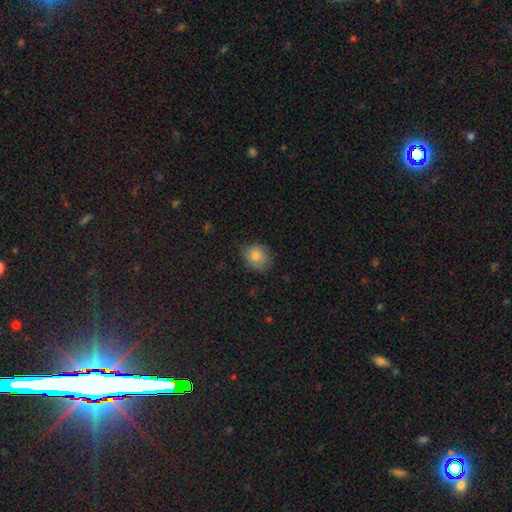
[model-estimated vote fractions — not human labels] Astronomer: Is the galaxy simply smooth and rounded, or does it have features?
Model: smooth — 80%.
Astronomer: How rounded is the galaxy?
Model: round — 68%.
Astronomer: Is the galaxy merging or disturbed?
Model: none — 72%.